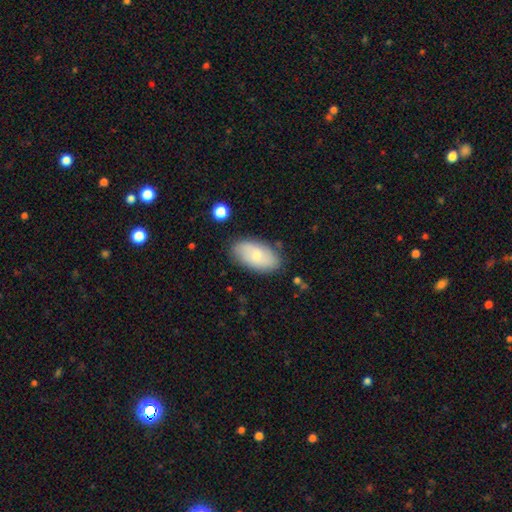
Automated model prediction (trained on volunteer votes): Smooth or featured? Predicted: smooth (p=0.67). How rounded? Predicted: in between (p=0.94). Merging? Predicted: none (p=0.81).